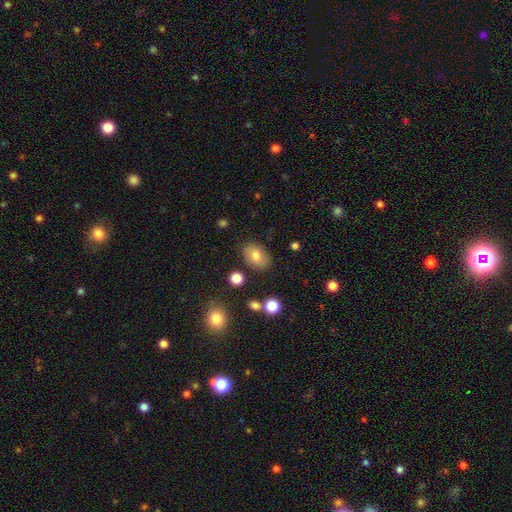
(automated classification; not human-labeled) The model was most divided on "how rounded": in between: 82%, round: 17%, cigar-shaped: 1%. More confident: merging — none (82%); smooth or featured — smooth (78%).